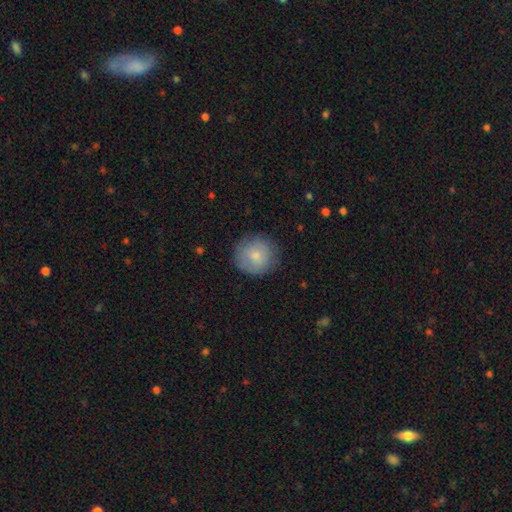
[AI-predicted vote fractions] This appears to be a smooth galaxy with no disk features (77%) that is round (91%). Merging: none (81%).